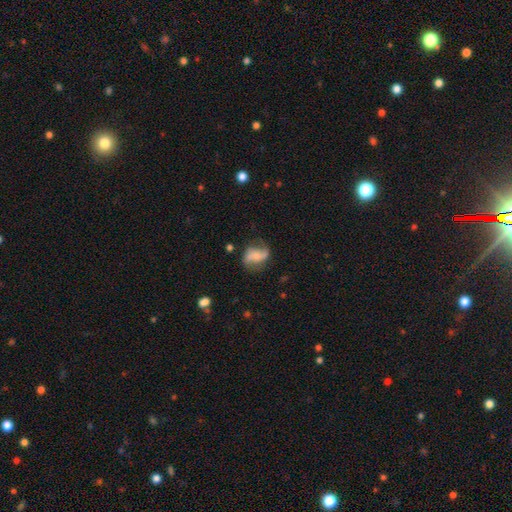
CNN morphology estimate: This is likely a featured or disk galaxy (61%). It is clearly not viewed edge-on (97%). Bar: possibly no (55%). Spiral arm pattern: clearly yes (87%). Spiral arm count: clearly 2 (87%). Spiral winding: likely loose (64%). Central bulge: marginally small (42%). Merging: likely none (61%).